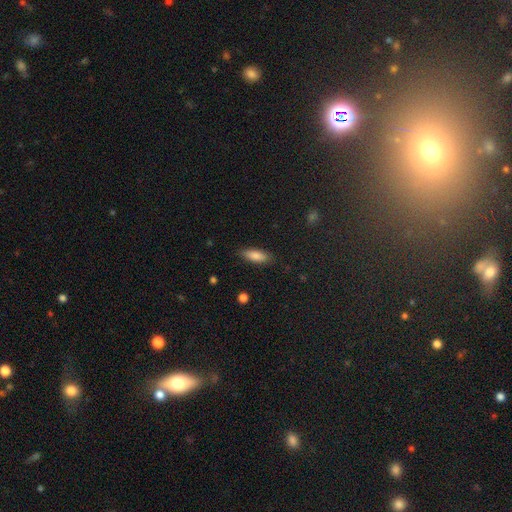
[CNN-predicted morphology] Smooth or featured?
  - smooth: 83% *
  - featured or disk: 11%
  - star or artifact: 7%
How rounded?
  - in between: 65% *
  - cigar-shaped: 32%
  - round: 2%
Merging?
  - none: 85% *
  - minor disturbance: 11%
  - major disturbance: 2%
  - merger: 1%